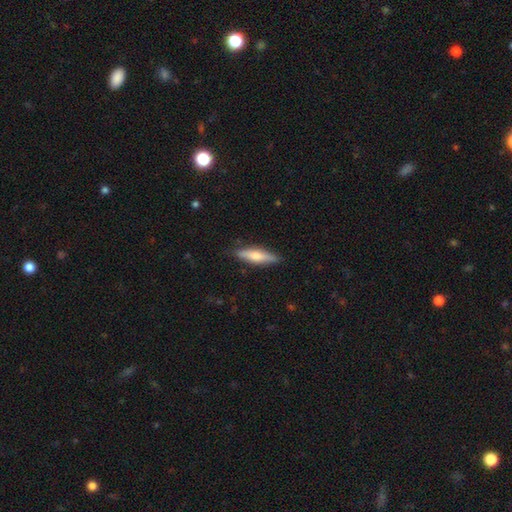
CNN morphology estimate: A smooth galaxy with no disk features (58%) that is cigar-shaped (73%).

Vote fractions:
- Smooth or featured? smooth: 58% / featured or disk: 36% / star or artifact: 6%
- How rounded? cigar-shaped: 73% / in between: 25% / round: 2%
- Merging? none: 86% / minor disturbance: 11% / major disturbance: 2% / merger: 1%